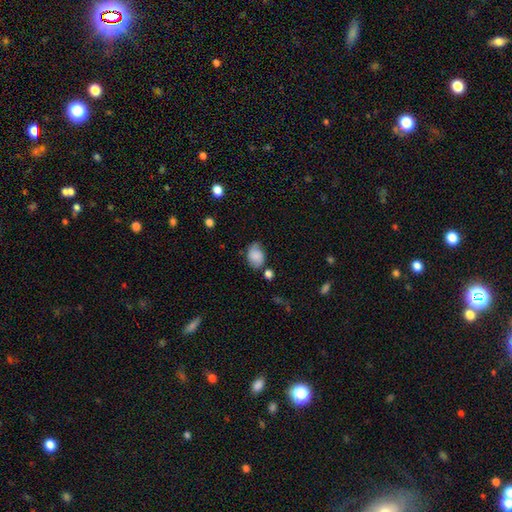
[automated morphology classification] A smooth galaxy with no disk features (76%) that is in between round and cigar-shaped (73%). Merging: none (61%).